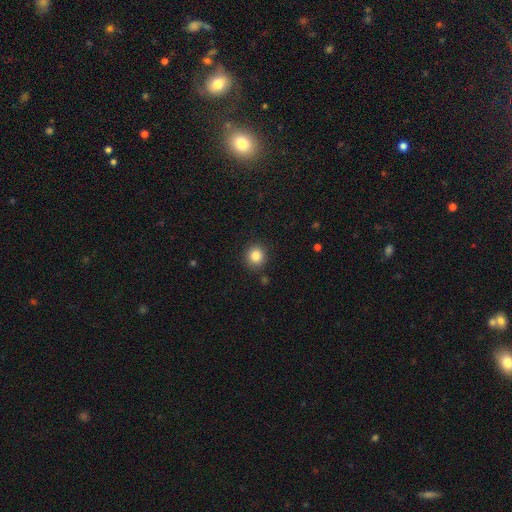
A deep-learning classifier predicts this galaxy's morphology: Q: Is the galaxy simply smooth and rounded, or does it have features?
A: smooth — 84%.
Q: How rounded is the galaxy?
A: round — 91%.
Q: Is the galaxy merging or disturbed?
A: none — 89%.